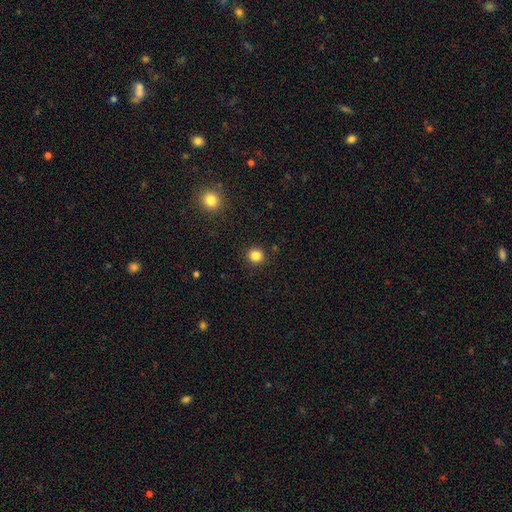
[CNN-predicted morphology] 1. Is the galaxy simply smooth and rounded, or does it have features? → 84% smooth, 12% star or artifact, 4% featured or disk.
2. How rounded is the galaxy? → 92% round, 7% in between, 1% cigar-shaped.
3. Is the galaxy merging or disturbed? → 91% none, 5% minor disturbance, 2% major disturbance, 1% merger.